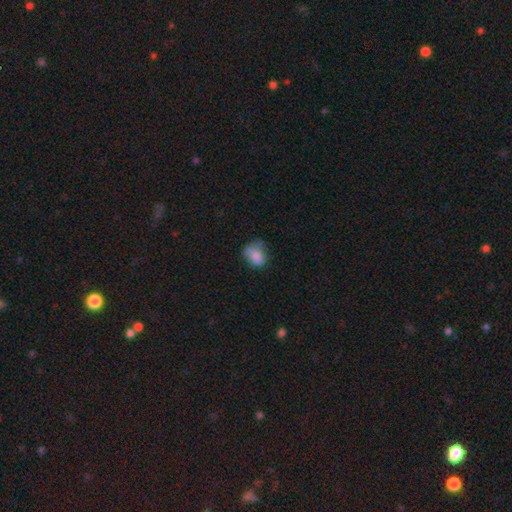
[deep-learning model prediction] smooth-or-featured: smooth: 80% | featured or disk: 11% | star or artifact: 9%
  how-rounded: in between: 61% | round: 38% | cigar-shaped: 1%
  merging: none: 45% | minor disturbance: 35% | major disturbance: 16% | merger: 4%